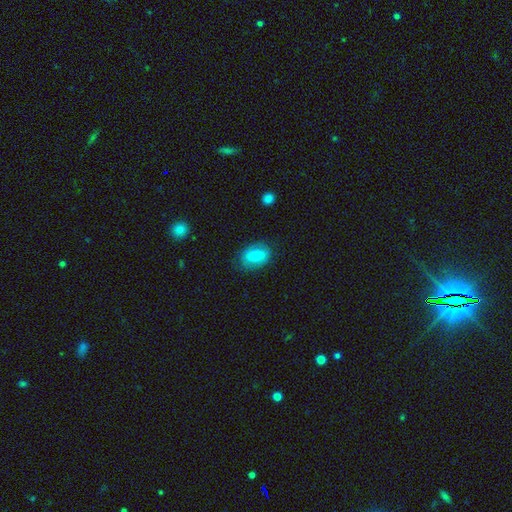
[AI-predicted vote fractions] The model was most divided on "smooth or featured": smooth: 75%, featured or disk: 17%, star or artifact: 8%. More confident: how rounded — in between (80%); merging — none (77%).